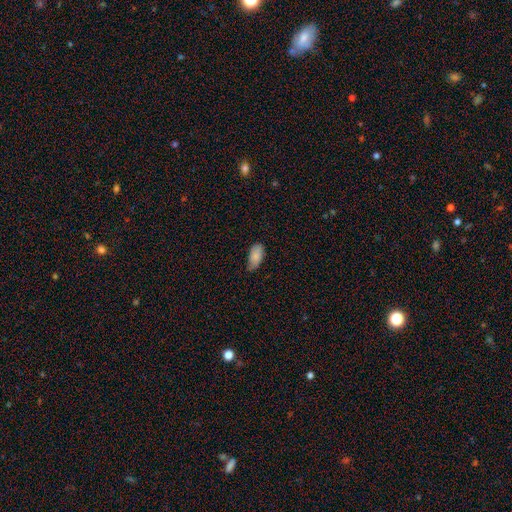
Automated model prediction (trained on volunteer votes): Morphology: type=smooth (84%); roundness=in between (93%); merging=none (62%).